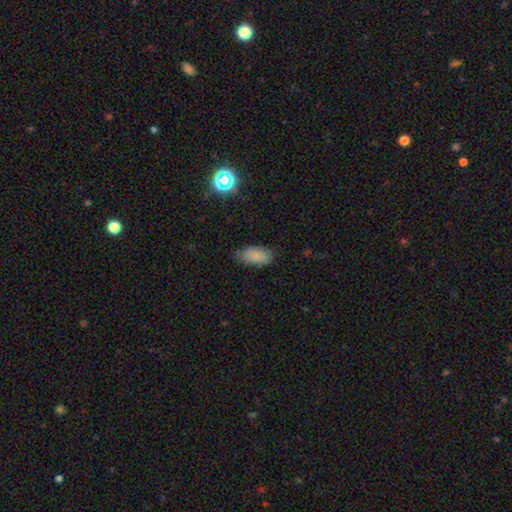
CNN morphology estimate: Smooth or featured?
  - smooth: 83% *
  - star or artifact: 10%
  - featured or disk: 7%
How rounded?
  - in between: 91% *
  - cigar-shaped: 6%
  - round: 3%
Merging?
  - none: 73% *
  - minor disturbance: 21%
  - major disturbance: 4%
  - merger: 1%